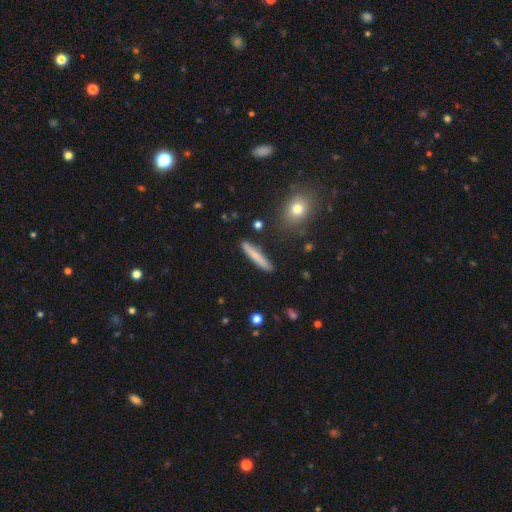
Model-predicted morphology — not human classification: A smooth galaxy with no disk features (76%) that is cigar-shaped (94%).

Vote fractions:
- Smooth or featured? smooth: 76% / featured or disk: 18% / star or artifact: 7%
- How rounded? cigar-shaped: 94% / in between: 4% / round: 2%
- Merging? none: 90% / minor disturbance: 7% / merger: 2% / major disturbance: 2%